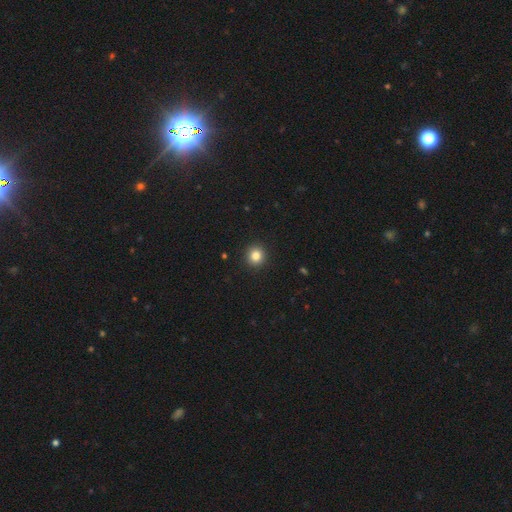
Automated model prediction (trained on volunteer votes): Smooth or featured? smooth (84%)
How rounded? round (92%)
Merging? none (93%)